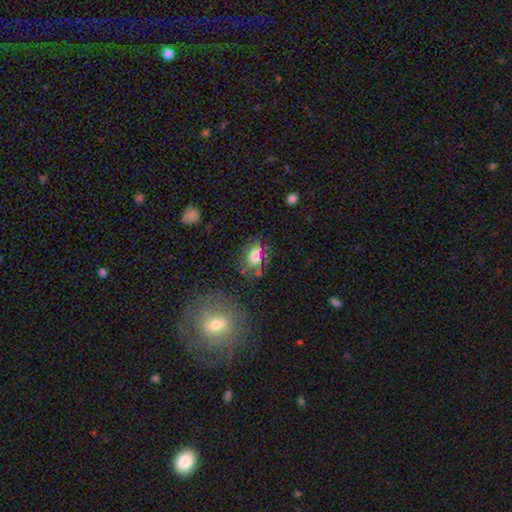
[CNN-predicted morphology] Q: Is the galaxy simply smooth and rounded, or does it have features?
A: smooth — 70%.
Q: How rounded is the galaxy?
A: in between — 79%.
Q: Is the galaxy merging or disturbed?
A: none — 58%.